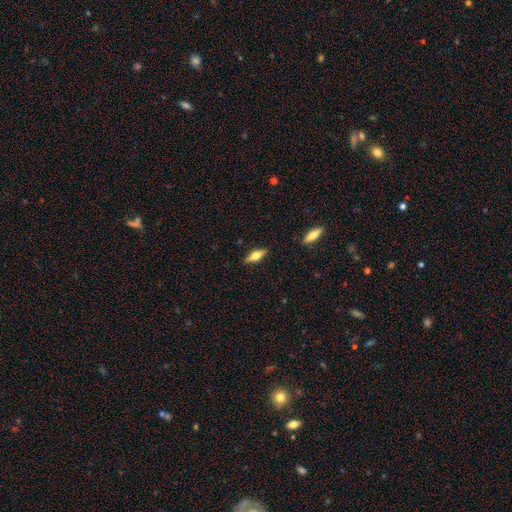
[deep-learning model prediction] featured or disk 47%, smooth 46%, star or artifact 7%. Down the decision tree: merging — none (87%).